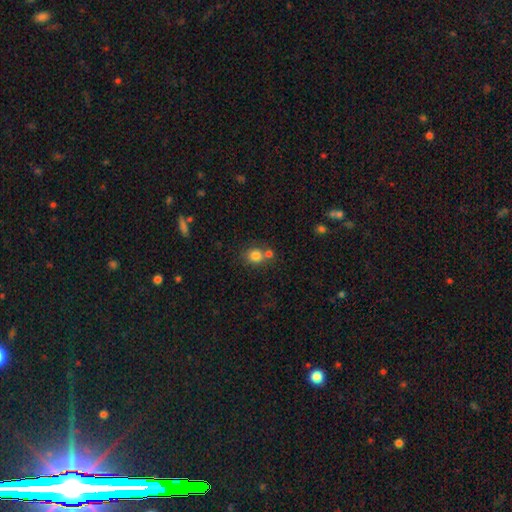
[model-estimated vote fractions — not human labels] Overall: smooth (81%). How rounded: round (78%). Merging: none (55%; merger 32%).